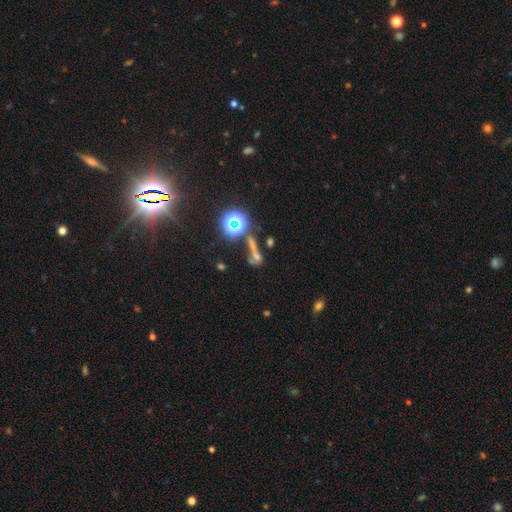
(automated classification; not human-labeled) A star or artifact, not a galaxy (43%).